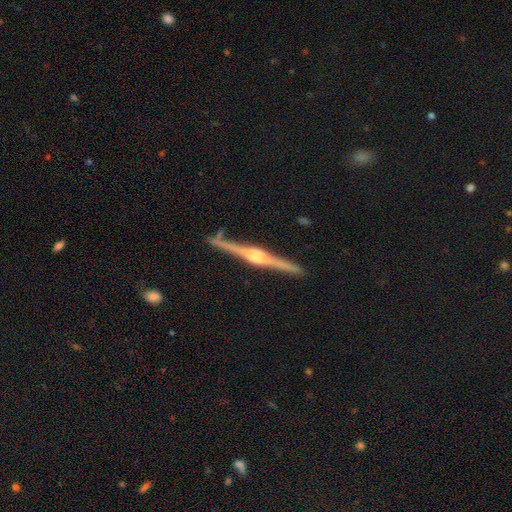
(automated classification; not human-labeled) Smooth or featured? Predicted: featured or disk (p=0.87). Edge-on disk? Predicted: yes (p=0.99). Edge-on bulge? Predicted: rounded (p=0.80). Merging? Predicted: none (p=0.89).